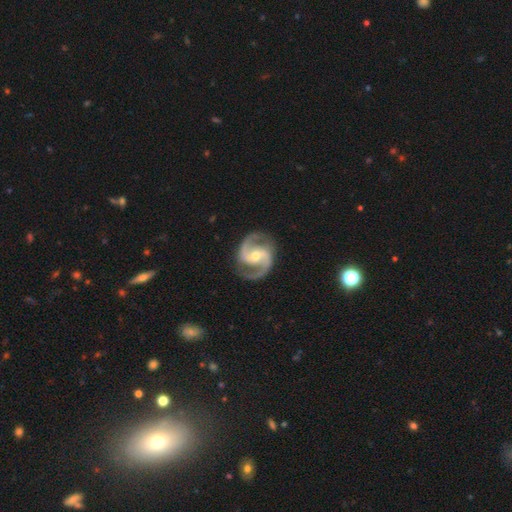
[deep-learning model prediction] This appears to be a featured or disk galaxy (93%) with a weak bar (42%), 2 (94%) medium (65%) spiral arms (98%) and a moderate central bulge (61%). Merging: none (85%).